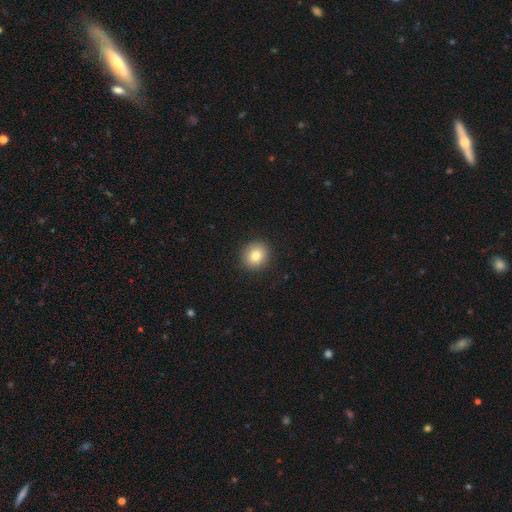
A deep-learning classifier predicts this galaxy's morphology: Smooth or featured? smooth (81%)
How rounded? round (87%)
Merging? none (91%)